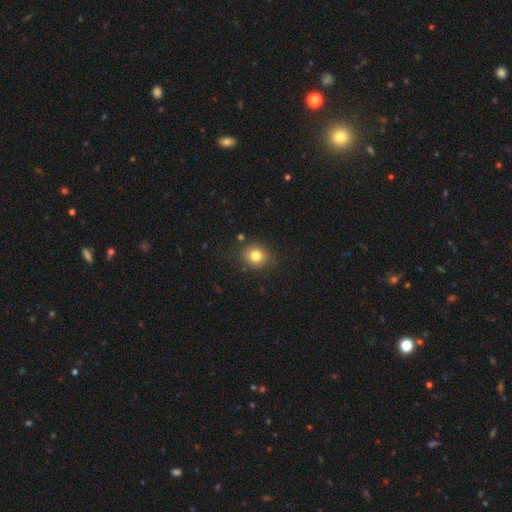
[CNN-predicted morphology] Smooth or featured? smooth (80%)
How rounded? round (74%)
Merging? none (83%)